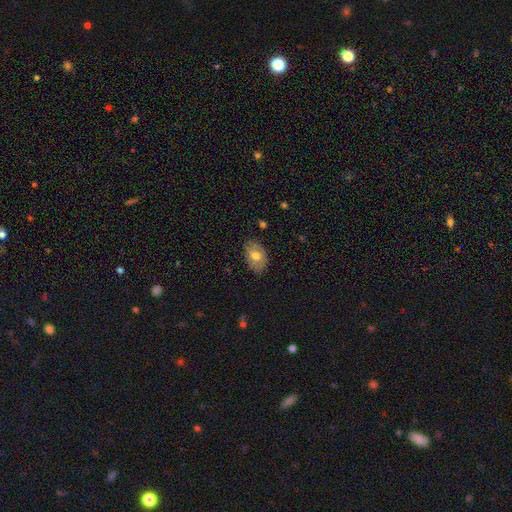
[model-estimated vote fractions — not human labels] Morphology: type=smooth (67%); roundness=in between (86%); merging=none (82%).